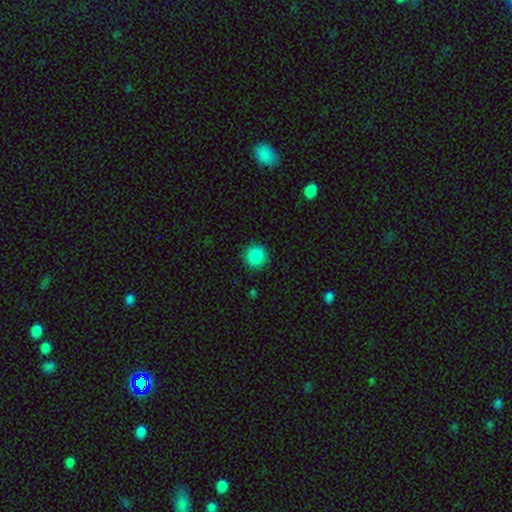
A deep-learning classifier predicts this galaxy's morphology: type=smooth (88%); roundness=round (92%); merging=none (90%).